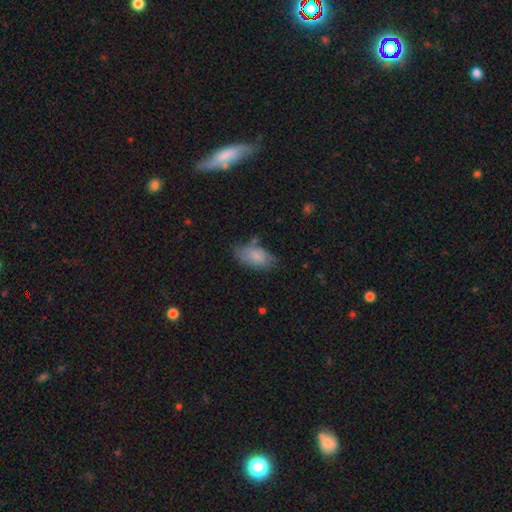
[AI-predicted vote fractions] Q: Smooth or featured?
A: smooth (78%); runner-up: featured or disk (15%)
Q: How rounded?
A: in between (93%); runner-up: cigar-shaped (3%)
Q: Merging?
A: none (60%); runner-up: minor disturbance (28%)